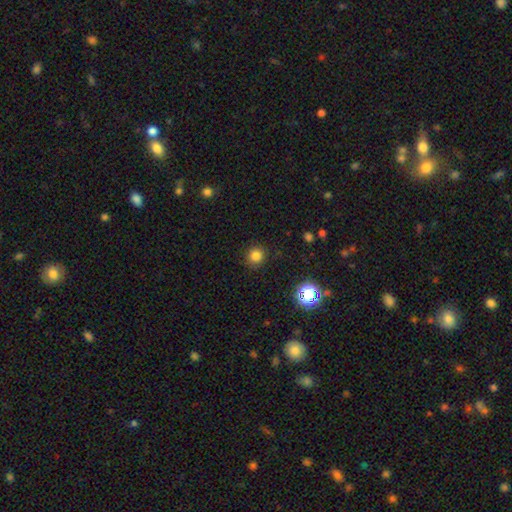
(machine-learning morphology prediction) smooth-or-featured: smooth: 80% | star or artifact: 15% | featured or disk: 4%
  how-rounded: round: 92% | in between: 7% | cigar-shaped: 1%
  merging: none: 90% | minor disturbance: 7% | major disturbance: 2% | merger: 1%